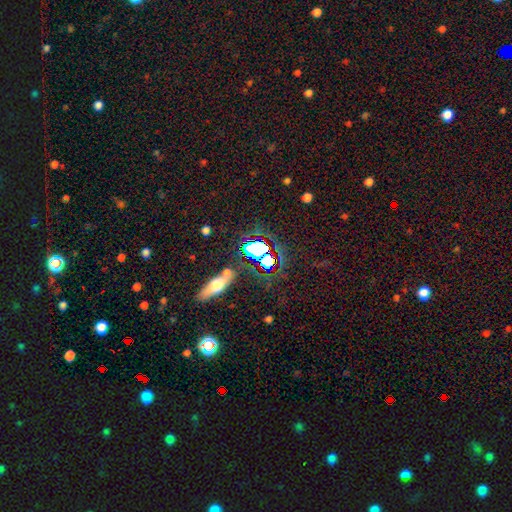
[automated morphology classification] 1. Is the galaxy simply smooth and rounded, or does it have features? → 55% star or artifact, 29% smooth, 16% featured or disk.